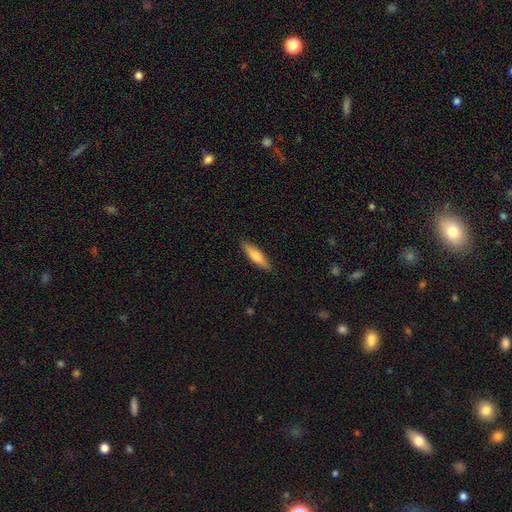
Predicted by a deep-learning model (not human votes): smooth 70%, featured or disk 25%, star or artifact 6%. Down the decision tree: how rounded — cigar-shaped (72%); merging — none (89%).